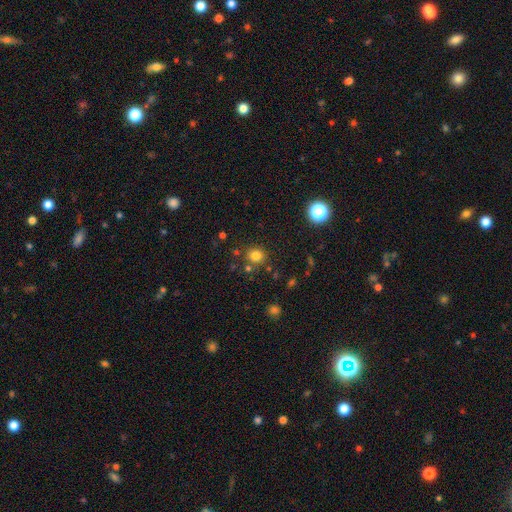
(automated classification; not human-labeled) The model was most divided on "smooth or featured": smooth: 78%, star or artifact: 16%, featured or disk: 6%. More confident: how rounded — round (85%); merging — none (80%).